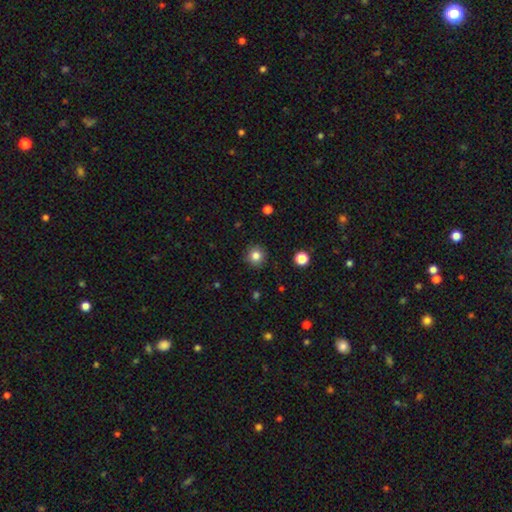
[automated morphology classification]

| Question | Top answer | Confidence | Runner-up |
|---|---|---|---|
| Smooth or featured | smooth | 83% | star or artifact (11%) |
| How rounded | round | 94% | in between (5%) |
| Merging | none | 91% | minor disturbance (6%) |